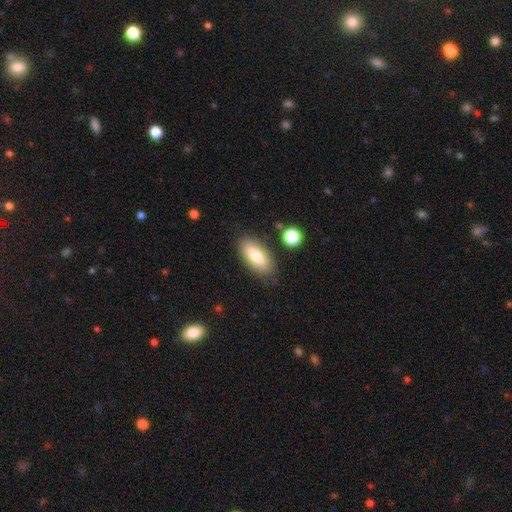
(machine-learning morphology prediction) Overall: smooth (77%). How rounded: in between (84%). Merging: none (82%).